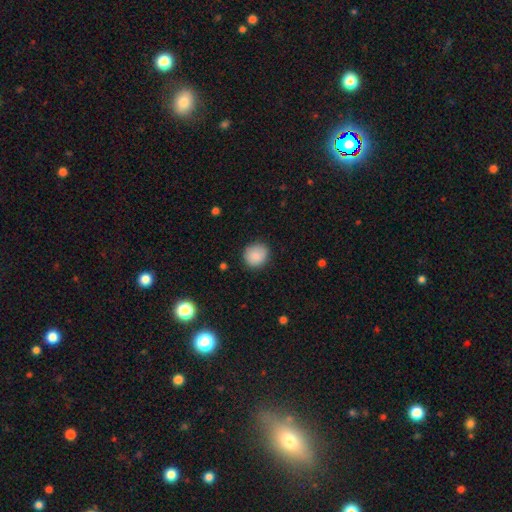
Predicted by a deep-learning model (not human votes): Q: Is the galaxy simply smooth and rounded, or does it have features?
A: smooth — 88%.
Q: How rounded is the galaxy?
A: round — 87%.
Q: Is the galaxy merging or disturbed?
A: none — 86%.